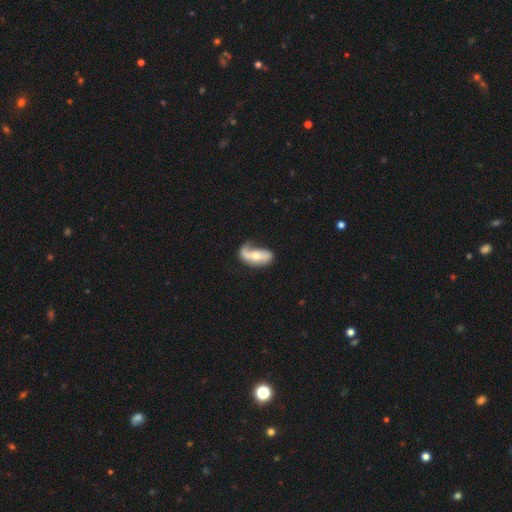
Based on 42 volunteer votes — Smooth or featured? featured or disk (67%)
Edge-on disk? no (93%)
Bar? no (58%)
Spiral arms? yes (73%)
Spiral winding? medium (47%)
Spiral arm count? 1 (42%)
Bulge size? moderate (62%)
Merging? minor disturbance (40%)